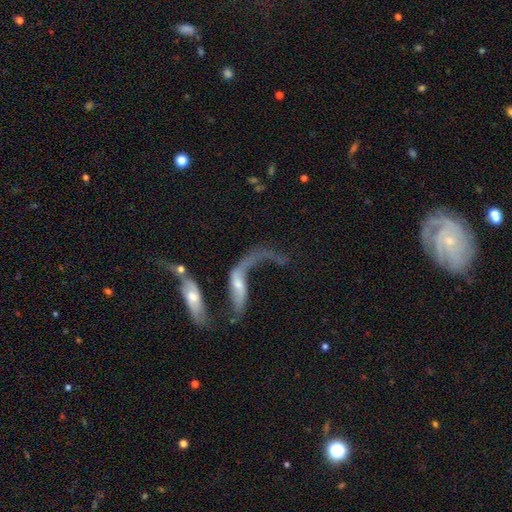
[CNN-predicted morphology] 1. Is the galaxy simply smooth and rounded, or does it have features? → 73% featured or disk, 16% smooth, 11% star or artifact.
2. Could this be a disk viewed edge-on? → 85% no, 15% yes.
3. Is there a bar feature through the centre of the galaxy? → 58% no, 28% weak, 14% strong.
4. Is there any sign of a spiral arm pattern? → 72% yes, 28% no.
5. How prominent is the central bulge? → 49% small, 30% moderate, 15% none, 4% large, 2% dominant.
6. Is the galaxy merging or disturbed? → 44% merger, 29% major disturbance, 19% none, 9% minor disturbance.